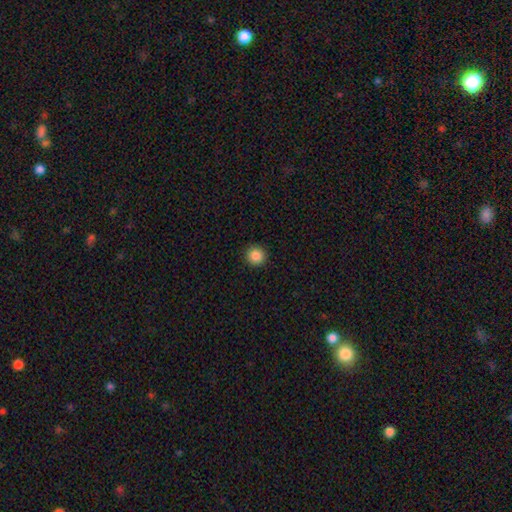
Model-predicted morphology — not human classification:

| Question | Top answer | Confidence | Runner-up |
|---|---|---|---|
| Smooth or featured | smooth | 87% | star or artifact (10%) |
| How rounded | round | 95% | in between (4%) |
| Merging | none | 93% | minor disturbance (5%) |